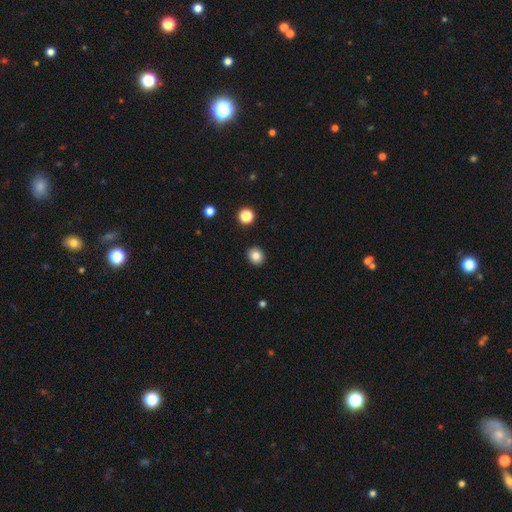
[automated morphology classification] Smooth or featured? smooth (84%)
How rounded? round (77%)
Merging? none (92%)